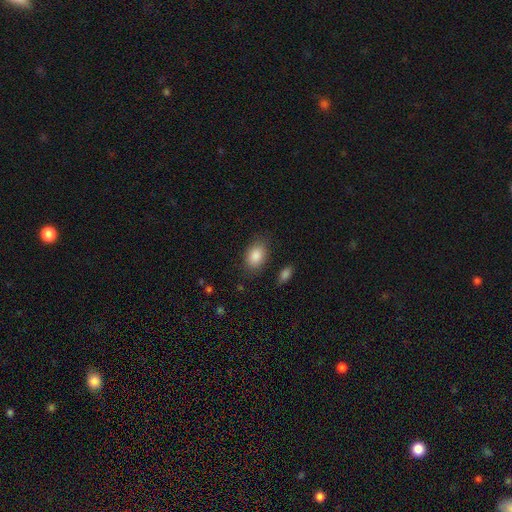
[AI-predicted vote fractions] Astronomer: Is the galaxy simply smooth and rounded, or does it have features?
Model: smooth — 87%.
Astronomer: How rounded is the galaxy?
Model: in between — 85%.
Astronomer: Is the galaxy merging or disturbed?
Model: none — 80%.